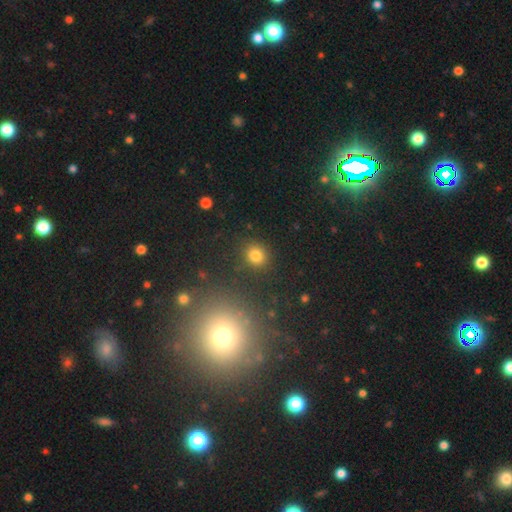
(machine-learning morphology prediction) type=smooth (80%); roundness=round (80%); merging=none (86%).